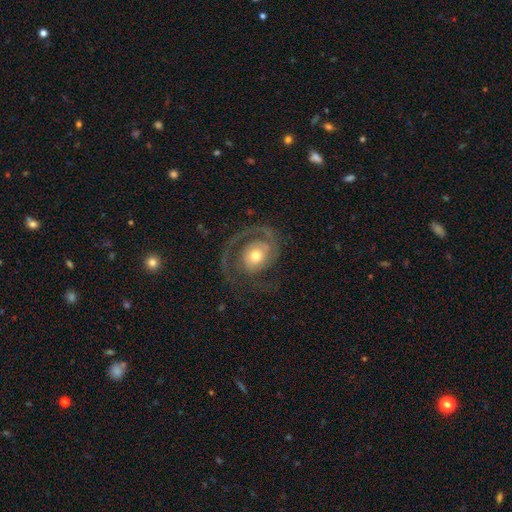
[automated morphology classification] smooth_or_featured: featured or disk (p=0.79) [alt: smooth p=0.16]
disk_edge_on: no (p=0.97) [alt: yes p=0.03]
bar: no (p=0.72) [alt: weak p=0.21]
has_spiral_arms: yes (p=0.89) [alt: no p=0.11]
spiral_winding: tight (p=0.41) [alt: medium p=0.40]
spiral_arm_count: 2 (p=0.46) [alt: 1 p=0.38]
bulge_size: moderate (p=0.65) [alt: small p=0.23]
merging: none (p=0.59) [alt: major disturbance p=0.24]